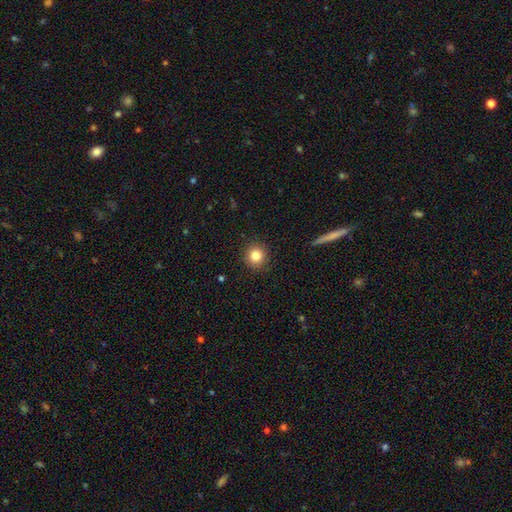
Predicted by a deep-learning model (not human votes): A smooth galaxy with no disk features (83%) that is round (94%). Merging: none (91%).